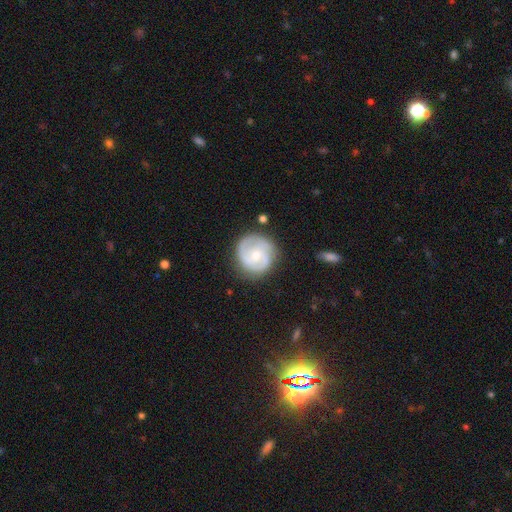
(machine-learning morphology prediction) Smooth or featured?
  - featured or disk: 74% *
  - smooth: 21%
  - star or artifact: 5%
Edge-on disk?
  - no: 98% *
  - yes: 2%
Bar?
  - no: 59% *
  - weak: 34%
  - strong: 6%
Spiral arms?
  - yes: 92% *
  - no: 8%
Spiral winding?
  - medium: 47% *
  - tight: 37%
  - loose: 16%
Spiral arm count?
  - 2: 58% *
  - 3: 20%
  - can't tell: 13%
  - 1: 4%
  - 4: 3%
  - more than 4: 3%
Bulge size?
  - small: 51% *
  - moderate: 45%
  - large: 2%
  - none: 1%
  - dominant: 1%
Merging?
  - none: 78% *
  - minor disturbance: 15%
  - major disturbance: 5%
  - merger: 2%